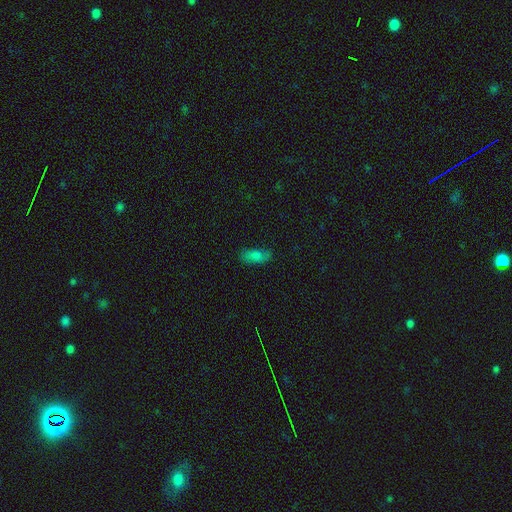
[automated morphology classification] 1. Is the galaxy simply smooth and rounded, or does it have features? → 79% smooth, 11% star or artifact, 10% featured or disk.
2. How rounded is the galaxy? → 84% in between, 13% cigar-shaped, 3% round.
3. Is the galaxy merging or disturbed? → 75% none, 18% minor disturbance, 5% major disturbance, 2% merger.